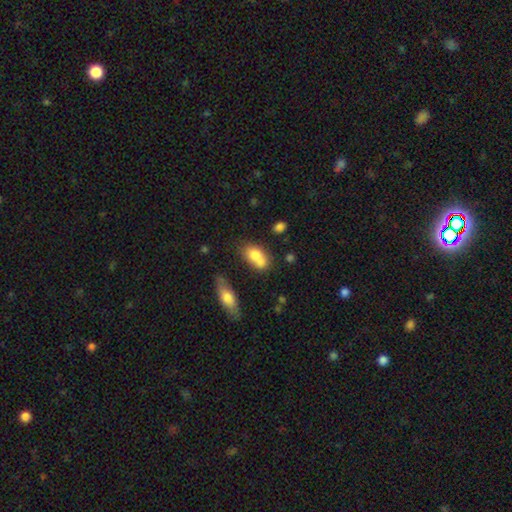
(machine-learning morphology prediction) A smooth galaxy with no disk features (73%) that is in between round and cigar-shaped (78%). Merging: merger (49%).